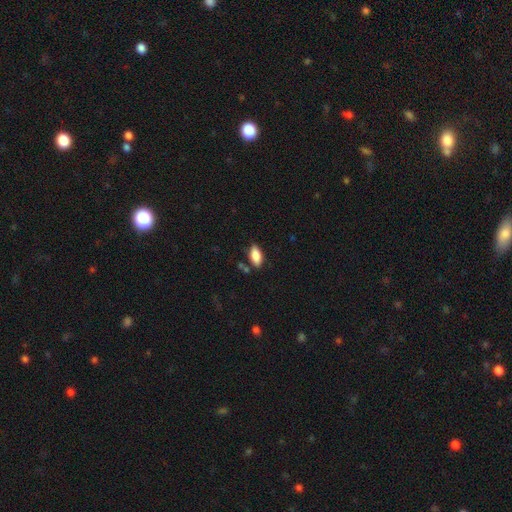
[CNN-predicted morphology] A smooth galaxy with no disk features (86%) that is in between round and cigar-shaped (88%). Merging: none (81%).